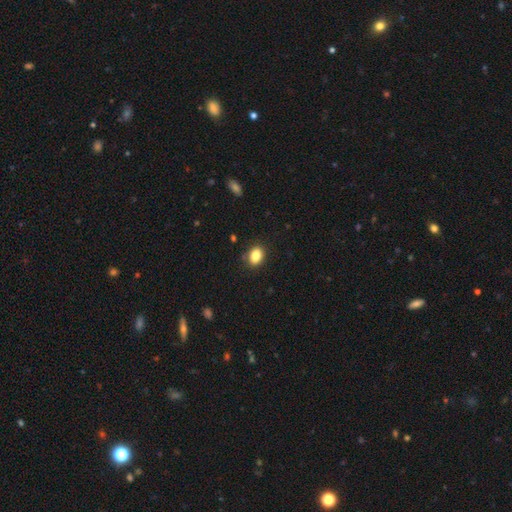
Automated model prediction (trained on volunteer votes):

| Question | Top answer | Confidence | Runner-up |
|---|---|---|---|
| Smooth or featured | smooth | 85% | star or artifact (9%) |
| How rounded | in between | 73% | round (26%) |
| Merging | none | 85% | minor disturbance (11%) |